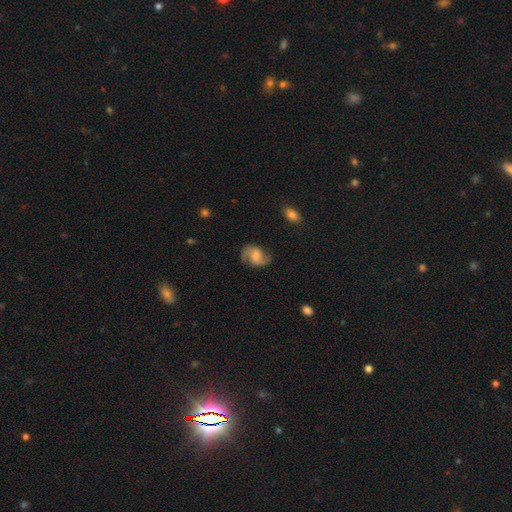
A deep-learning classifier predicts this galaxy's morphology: type=featured or disk (80%); edge-on=no (98%); bar=no (46%); spiral arms=yes (96%); winding=medium (46%); arm count=2 (91%); bulge=moderate (36%); merging=none (75%).